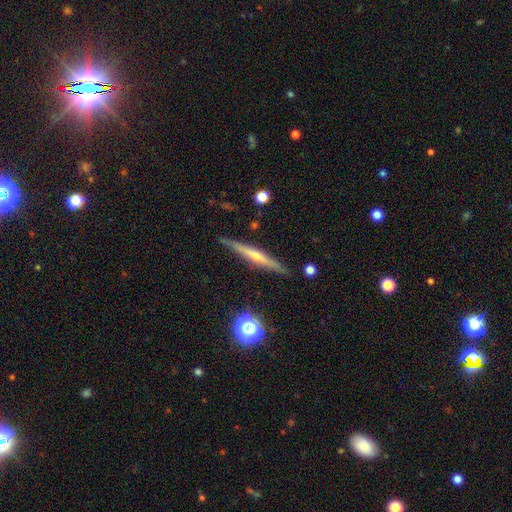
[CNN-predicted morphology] A featured or disk galaxy (67%) viewed edge-on (97%) with a rounded central bulge (68%).

Vote fractions:
- Smooth or featured? featured or disk: 67% / smooth: 25% / star or artifact: 8%
- Edge-on disk? yes: 97% / no: 3%
- Edge-on bulge? rounded: 68% / none: 25% / boxy: 6%
- Merging? none: 89% / minor disturbance: 8% / major disturbance: 2% / merger: 1%